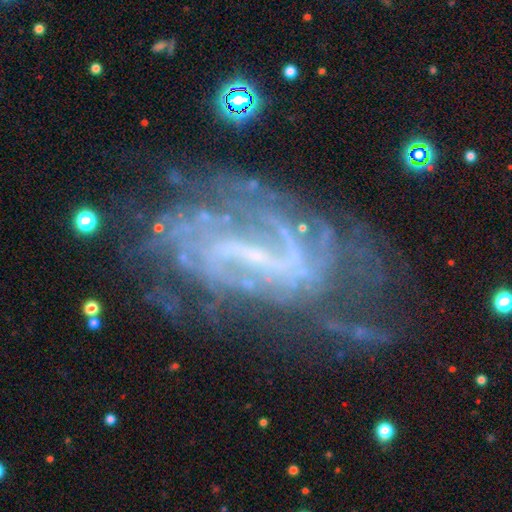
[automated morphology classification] featured or disk 84%, star or artifact 9%, smooth 7%. Down the decision tree: edge-on disk — no (95%); bar — strong (46%); spiral arms — yes (90%); spiral arm count — can't tell (42%); spiral winding — tight (52%); bulge size — small (49%); merging — none (57%).